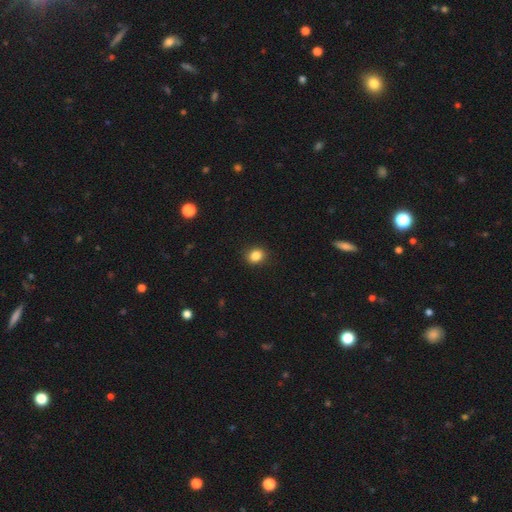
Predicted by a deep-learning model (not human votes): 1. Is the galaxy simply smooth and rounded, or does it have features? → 85% smooth, 10% star or artifact, 4% featured or disk.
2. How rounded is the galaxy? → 62% round, 37% in between, 1% cigar-shaped.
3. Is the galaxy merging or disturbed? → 89% none, 8% minor disturbance, 2% major disturbance, 1% merger.